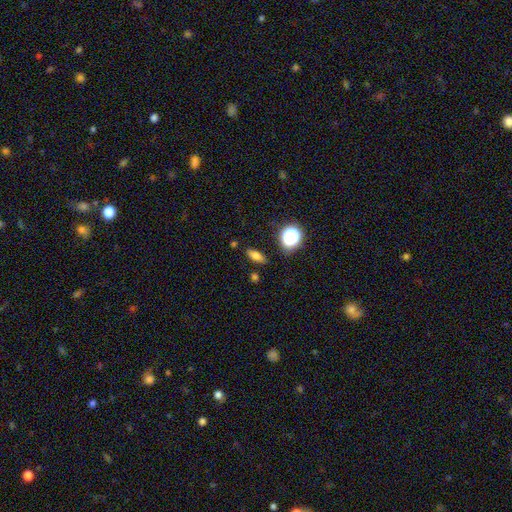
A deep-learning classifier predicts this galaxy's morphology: Smooth or featured? Predicted: smooth (p=0.71). How rounded? Predicted: in between (p=0.62). Merging? Predicted: none (p=0.83).